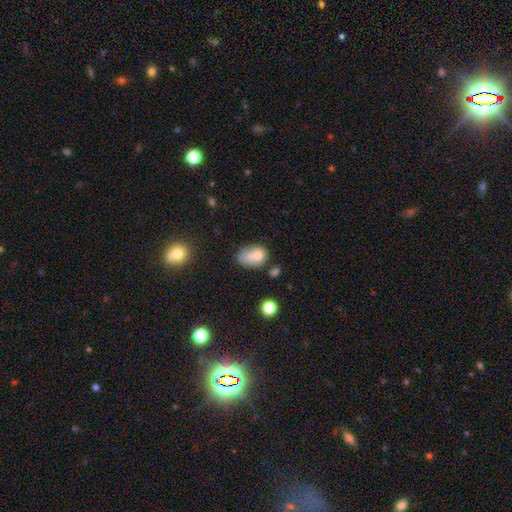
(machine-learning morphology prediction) smooth 69%, featured or disk 21%, star or artifact 10%. Down the decision tree: how rounded — in between (69%); merging — merger (44%).